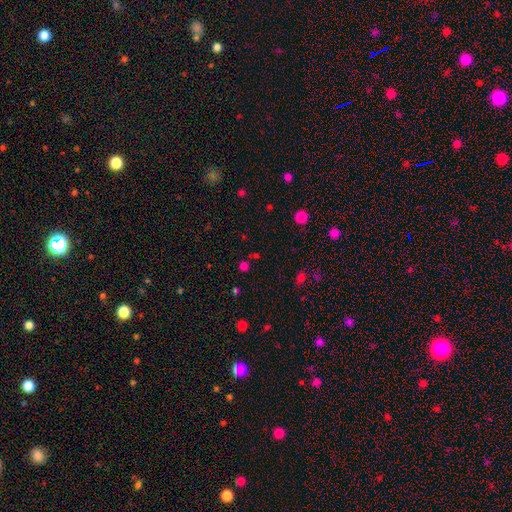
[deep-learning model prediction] This is possibly a smooth galaxy (53%). How rounded: clearly round (81%). Merging: clearly none (80%).